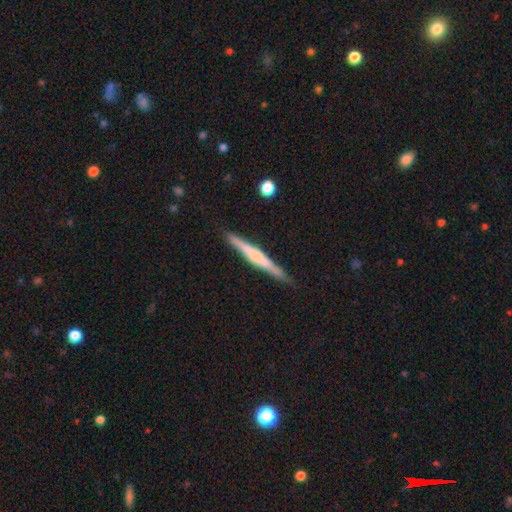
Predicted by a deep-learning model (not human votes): Q: Smooth or featured?
A: featured or disk (60%); runner-up: smooth (34%)
Q: Edge-on disk?
A: yes (97%); runner-up: no (3%)
Q: Edge-on bulge?
A: rounded (34%); runner-up: none (33%)
Q: Merging?
A: none (88%); runner-up: minor disturbance (9%)